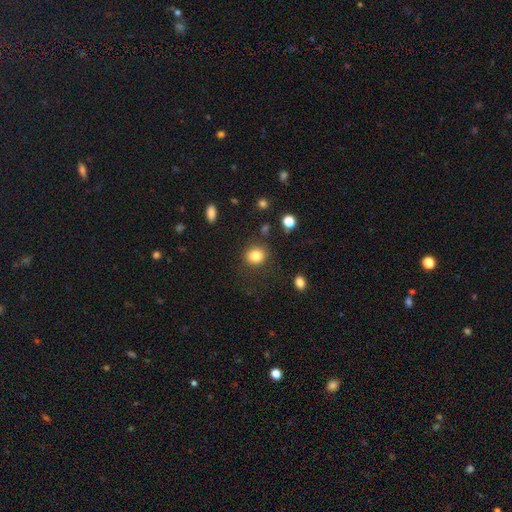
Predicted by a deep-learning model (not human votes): Overall: smooth (83%). How rounded: round (72%). Merging: none (82%).